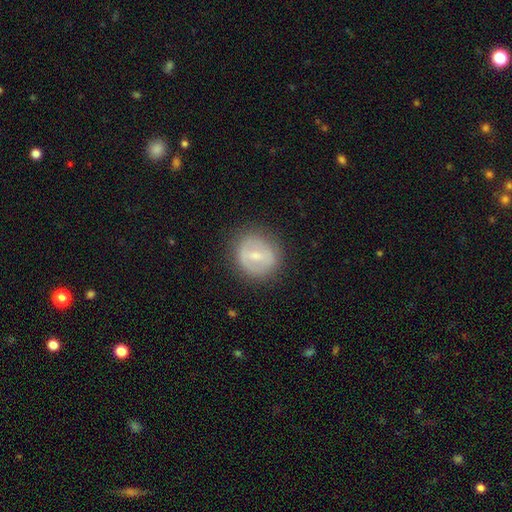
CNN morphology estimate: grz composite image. It shows a featured or disk galaxy (50%). Merging: none (81%).